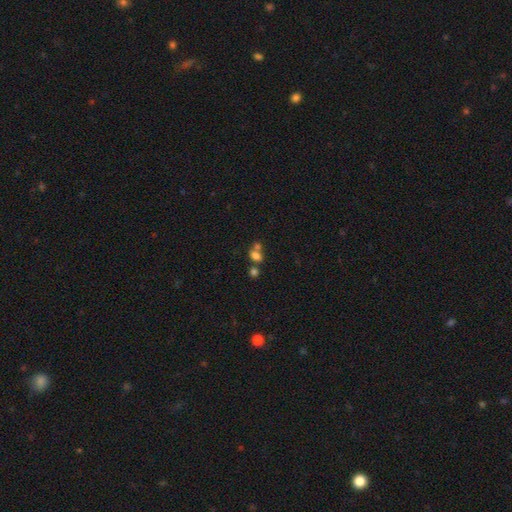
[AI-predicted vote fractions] A smooth galaxy with no disk features (74%) that is in between round and cigar-shaped (60%). Merging: merger (49%).